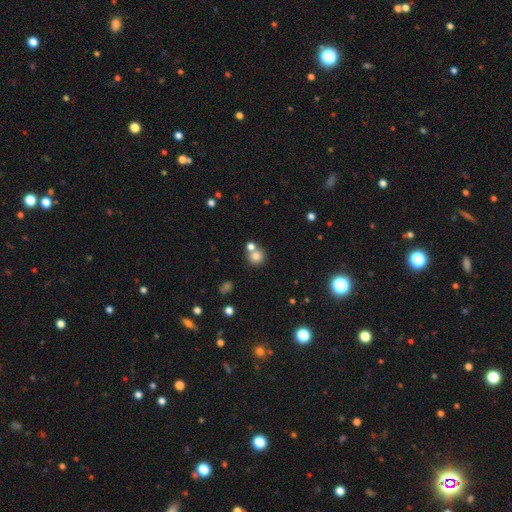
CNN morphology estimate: A smooth galaxy with no disk features (77%) that is round (88%).

Vote fractions:
- Smooth or featured? smooth: 77% / star or artifact: 13% / featured or disk: 11%
- How rounded? round: 88% / in between: 11% / cigar-shaped: 1%
- Merging? none: 56% / merger: 34% / minor disturbance: 8% / major disturbance: 3%